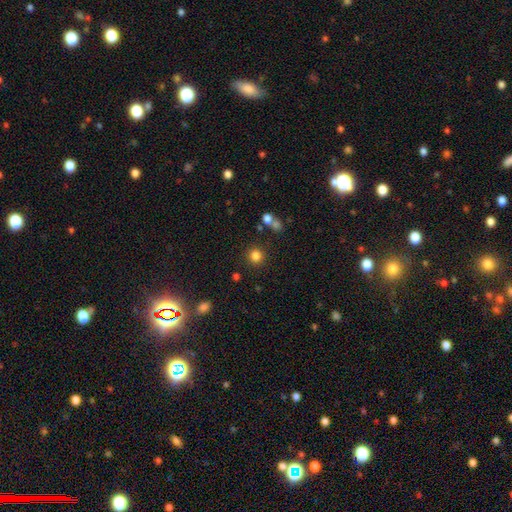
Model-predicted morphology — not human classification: Q: Smooth or featured?
A: smooth (82%); runner-up: star or artifact (14%)
Q: How rounded?
A: round (92%); runner-up: in between (7%)
Q: Merging?
A: none (86%); runner-up: minor disturbance (7%)